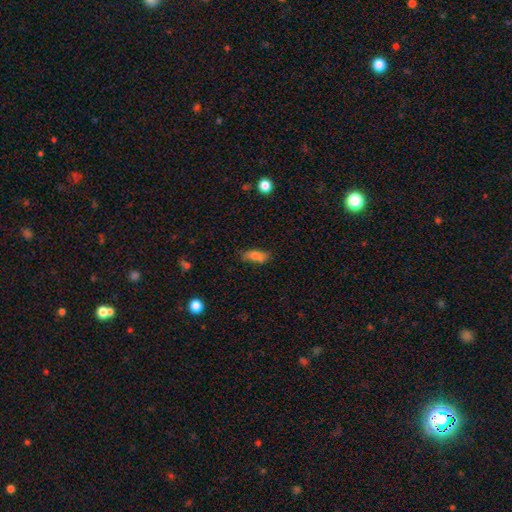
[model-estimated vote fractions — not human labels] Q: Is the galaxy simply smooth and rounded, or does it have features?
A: smooth — 75%.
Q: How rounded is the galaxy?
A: in between — 70%.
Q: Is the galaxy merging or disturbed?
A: none — 66%.